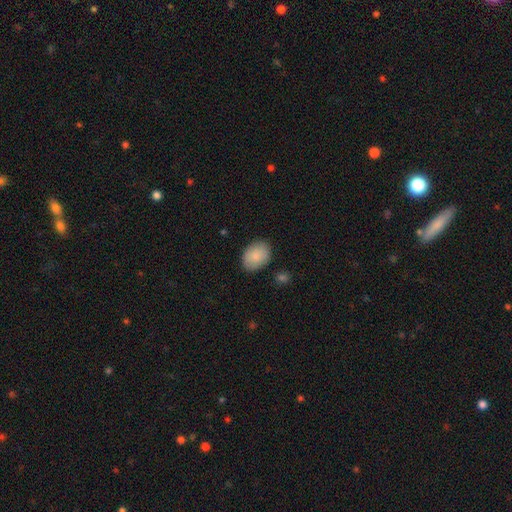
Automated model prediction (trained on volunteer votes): smooth-or-featured: smooth: 87% | featured or disk: 7% | star or artifact: 6%
  how-rounded: in between: 79% | round: 20% | cigar-shaped: 1%
  merging: none: 84% | minor disturbance: 12% | major disturbance: 3% | merger: 2%